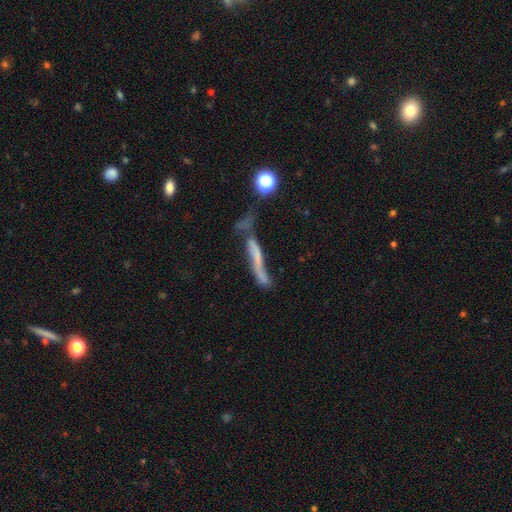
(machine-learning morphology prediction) This is possibly a featured or disk galaxy (46%). Merging: marginally none (45%).